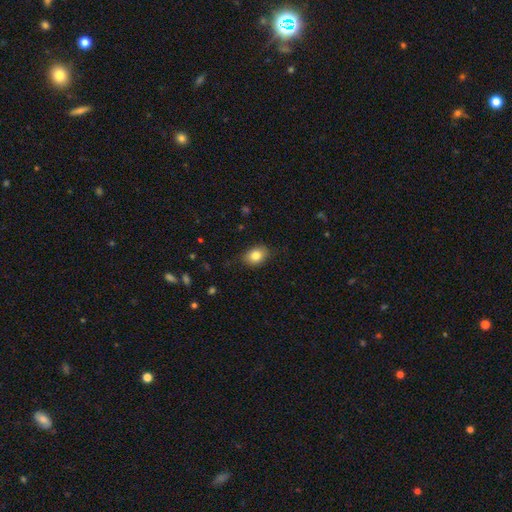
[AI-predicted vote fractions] A smooth galaxy with no disk features (83%) that is in between round and cigar-shaped (73%). Merging: none (83%).